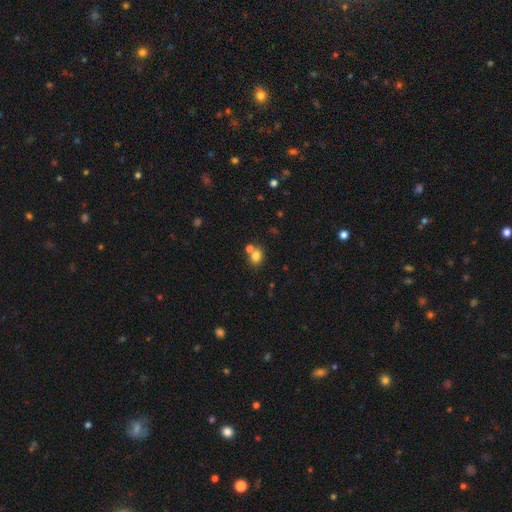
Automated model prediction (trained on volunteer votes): Morphology: type=smooth (79%); roundness=round (58%); merging=none (54%).